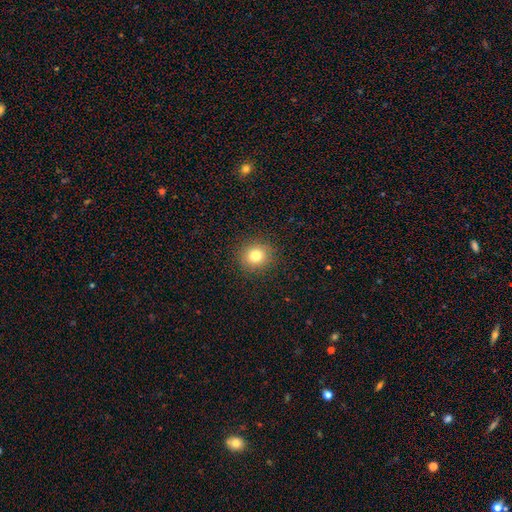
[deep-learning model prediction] Q: Smooth or featured?
A: smooth (79%); runner-up: star or artifact (13%)
Q: How rounded?
A: round (88%); runner-up: in between (11%)
Q: Merging?
A: none (90%); runner-up: minor disturbance (6%)